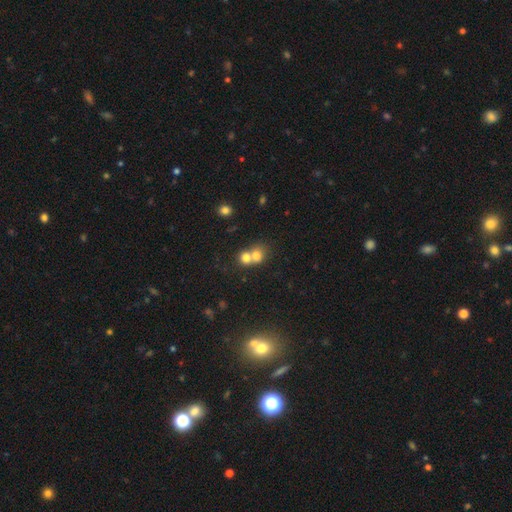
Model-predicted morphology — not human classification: Smooth or featured?
  - smooth: 73% *
  - featured or disk: 16%
  - star or artifact: 12%
How rounded?
  - round: 72% *
  - in between: 27%
  - cigar-shaped: 1%
Merging?
  - merger: 68% *
  - none: 25%
  - minor disturbance: 5%
  - major disturbance: 3%